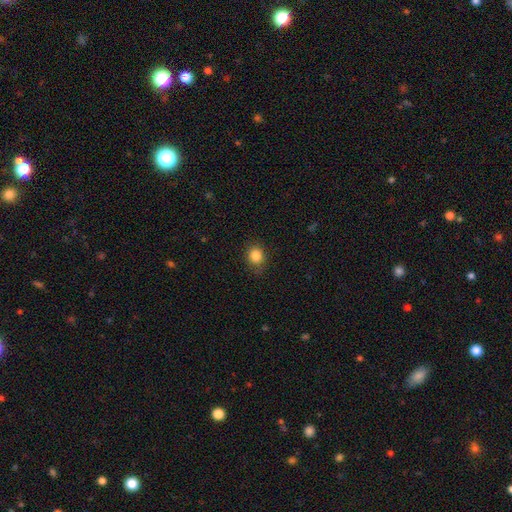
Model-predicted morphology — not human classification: Q: Smooth or featured?
A: smooth (85%); runner-up: star or artifact (11%)
Q: How rounded?
A: round (70%); runner-up: in between (29%)
Q: Merging?
A: none (82%); runner-up: minor disturbance (14%)